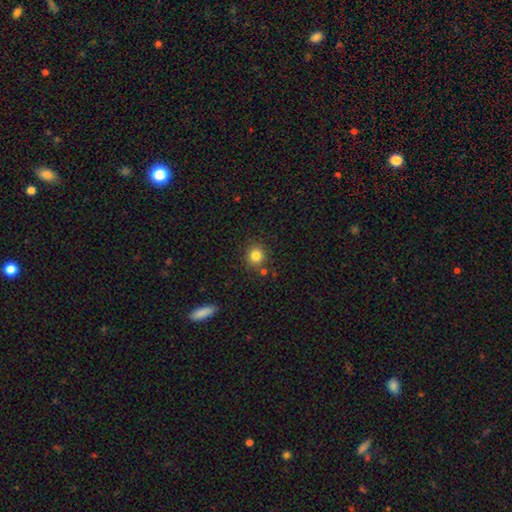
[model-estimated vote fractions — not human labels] smooth_or_featured: smooth (p=0.82) [alt: star or artifact p=0.12]
how_rounded: round (p=0.85) [alt: in between p=0.14]
merging: none (p=0.83) [alt: minor disturbance p=0.09]